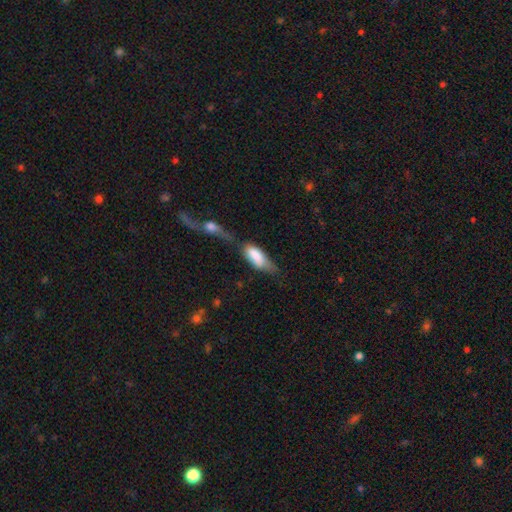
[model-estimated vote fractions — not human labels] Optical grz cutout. It shows a smooth galaxy with no disk features (77%) that is in between round and cigar-shaped (81%). Merging: merger (40%).